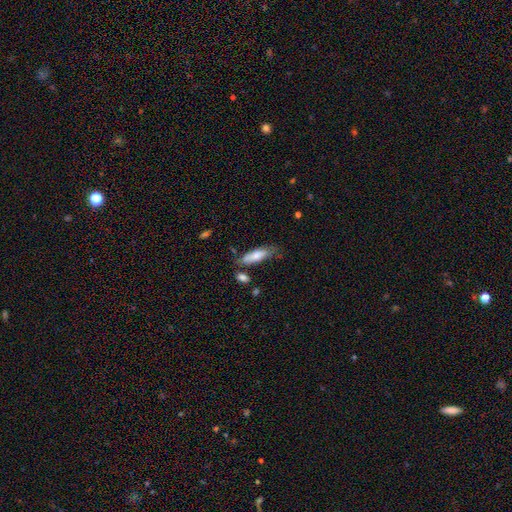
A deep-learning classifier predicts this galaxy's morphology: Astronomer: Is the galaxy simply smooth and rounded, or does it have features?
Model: smooth — 75%.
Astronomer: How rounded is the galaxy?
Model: in between — 50% (runner-up: cigar-shaped, 49%).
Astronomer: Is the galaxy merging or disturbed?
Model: none — 60%.